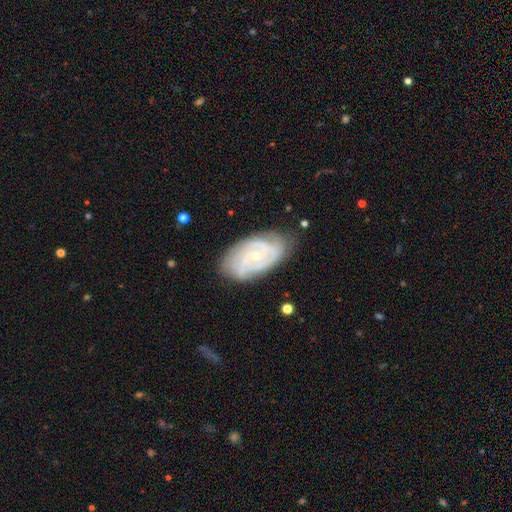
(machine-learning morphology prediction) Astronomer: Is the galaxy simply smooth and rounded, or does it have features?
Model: featured or disk — 84%.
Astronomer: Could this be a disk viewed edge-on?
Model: no — 96%.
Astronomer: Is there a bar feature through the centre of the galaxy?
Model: no — 61%.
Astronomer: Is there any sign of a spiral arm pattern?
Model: yes — 97%.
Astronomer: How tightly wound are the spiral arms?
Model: tight — 64%.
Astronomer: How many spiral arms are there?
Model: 2 — 30% (runner-up: 3, 29%).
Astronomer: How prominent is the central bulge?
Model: small — 73%.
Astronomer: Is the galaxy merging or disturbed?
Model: none — 76%.